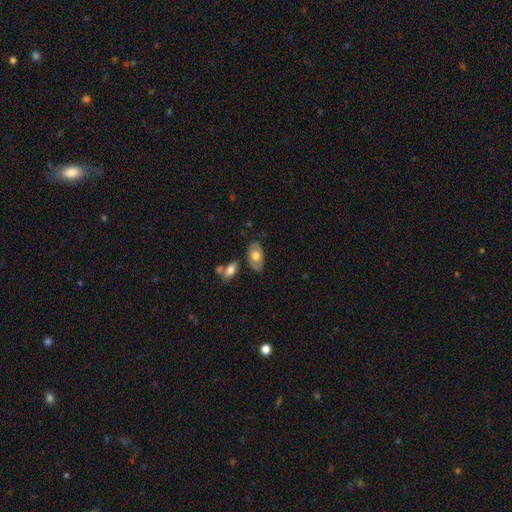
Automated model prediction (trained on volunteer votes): This is likely a smooth galaxy (63%). How rounded: clearly in between (93%). Merging: likely none (73%).